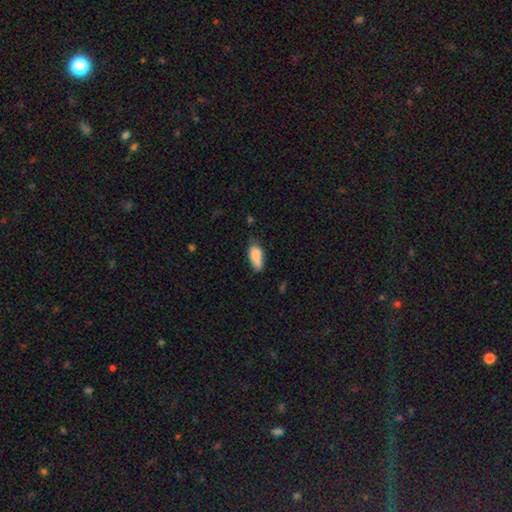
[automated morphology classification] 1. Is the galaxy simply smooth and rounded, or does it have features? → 86% smooth, 7% featured or disk, 7% star or artifact.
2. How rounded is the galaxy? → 84% in between, 14% cigar-shaped, 3% round.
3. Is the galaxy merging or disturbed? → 58% none, 33% minor disturbance, 6% major disturbance, 3% merger.